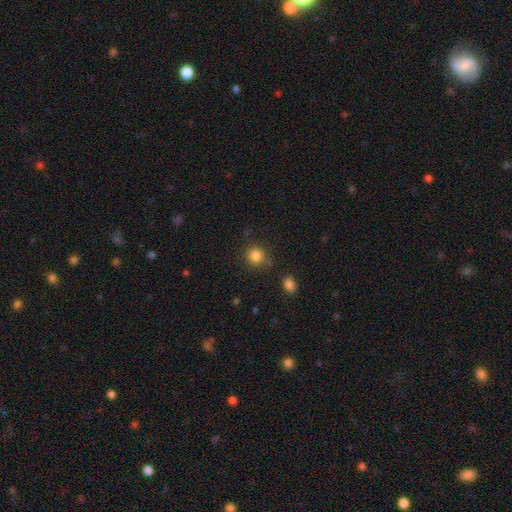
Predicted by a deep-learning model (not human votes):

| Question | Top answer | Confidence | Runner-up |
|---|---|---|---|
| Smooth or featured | smooth | 84% | star or artifact (11%) |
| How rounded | round | 89% | in between (10%) |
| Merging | none | 79% | minor disturbance (13%) |